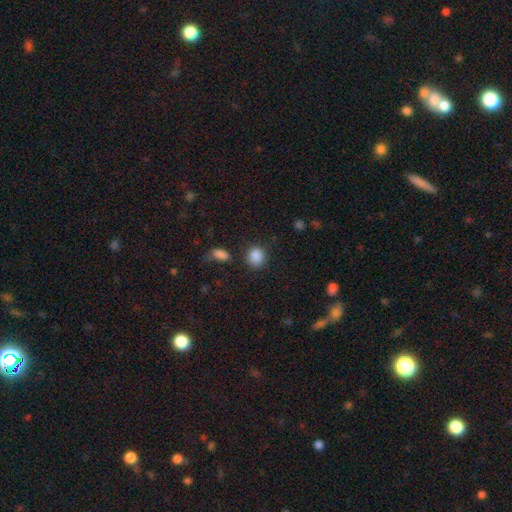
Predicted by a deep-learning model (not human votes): A smooth galaxy with no disk features (88%) that is round (80%).

Vote fractions:
- Smooth or featured? smooth: 88% / star or artifact: 9% / featured or disk: 3%
- How rounded? round: 80% / in between: 19% / cigar-shaped: 1%
- Merging? none: 80% / minor disturbance: 11% / merger: 5% / major disturbance: 4%